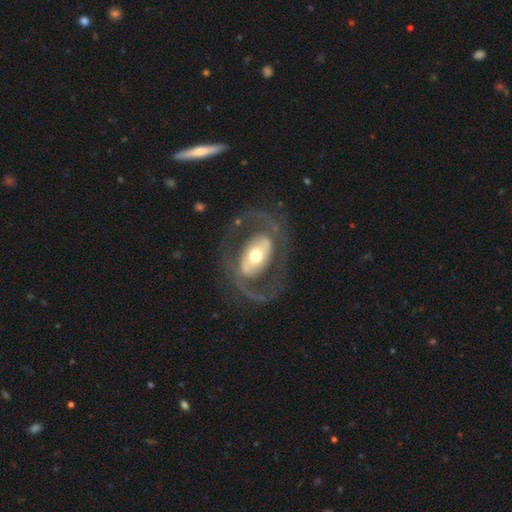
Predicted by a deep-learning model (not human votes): A featured or disk galaxy (80%) with no bar (40%), 2 (85%) medium (48%) spiral arms (67%) and a moderate central bulge (63%).

Vote fractions:
- Smooth or featured? featured or disk: 80% / smooth: 16% / star or artifact: 5%
- Edge-on disk? no: 94% / yes: 6%
- Bar? no: 40% / strong: 35% / weak: 25%
- Spiral arms? yes: 67% / no: 33%
- Spiral winding? medium: 48% / loose: 28% / tight: 24%
- Spiral arm count? 2: 85% / can't tell: 7% / 1: 4% / 3: 2% / 4: 1% / more than 4: 1%
- Bulge size? moderate: 63% / large: 20% / small: 14% / dominant: 3% / none: 1%
- Merging? none: 72% / major disturbance: 15% / minor disturbance: 11% / merger: 2%